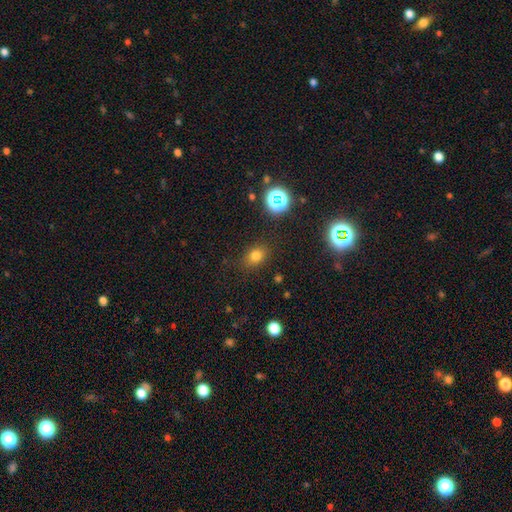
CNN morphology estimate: Smooth or featured: smooth — 74% (star or artifact — 19%)
How rounded: in between — 54% (round — 44%)
Merging: none — 83% (minor disturbance — 11%)